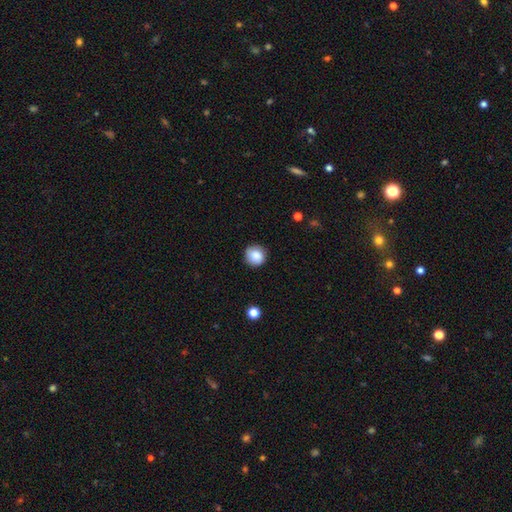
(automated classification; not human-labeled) Morphology: type=smooth (85%); roundness=round (92%); merging=none (84%).